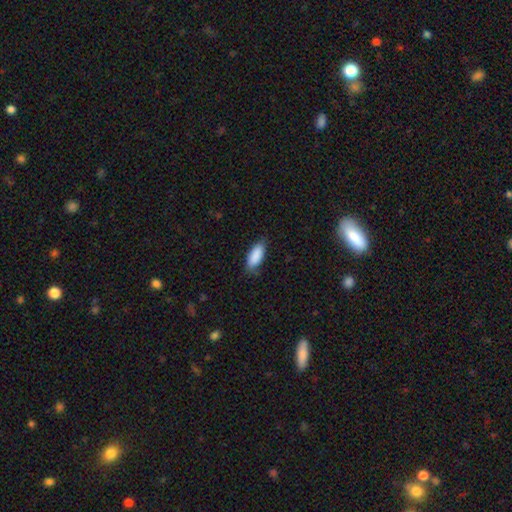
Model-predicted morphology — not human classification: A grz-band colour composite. It shows a smooth galaxy with no disk features (89%) that is in between round and cigar-shaped (83%). Merging: none (76%).